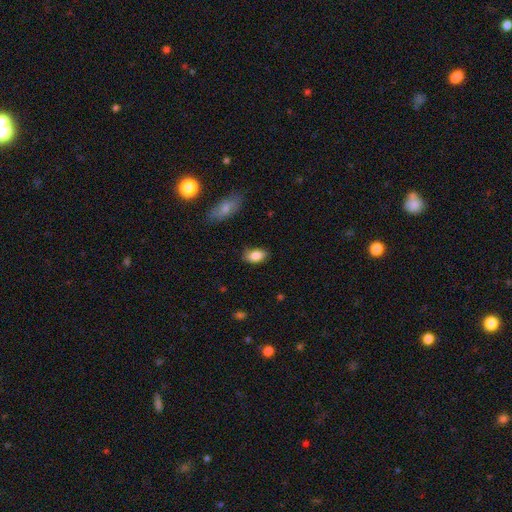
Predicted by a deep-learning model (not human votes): Smooth or featured?
  - smooth: 85% *
  - featured or disk: 7%
  - star or artifact: 7%
How rounded?
  - in between: 91% *
  - round: 7%
  - cigar-shaped: 2%
Merging?
  - none: 81% *
  - minor disturbance: 15%
  - major disturbance: 3%
  - merger: 2%